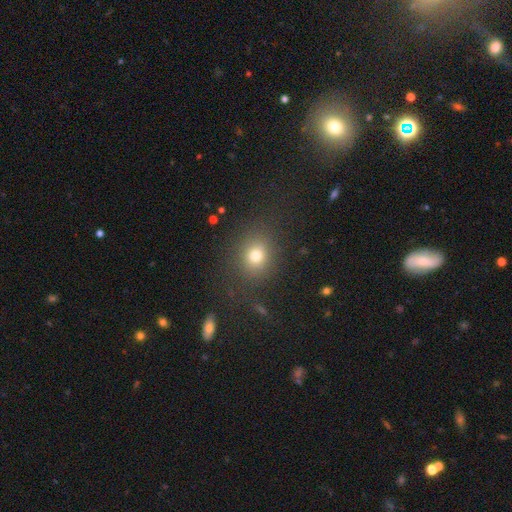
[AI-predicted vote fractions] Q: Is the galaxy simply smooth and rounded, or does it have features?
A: smooth — 75%.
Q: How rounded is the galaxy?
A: round — 70%.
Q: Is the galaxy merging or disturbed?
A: none — 83%.